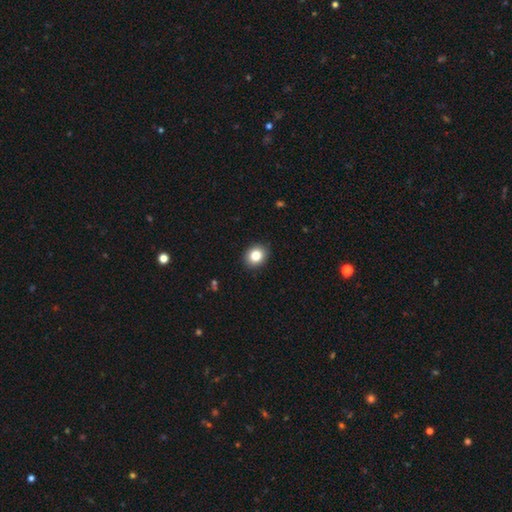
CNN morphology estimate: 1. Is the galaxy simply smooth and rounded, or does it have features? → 83% smooth, 9% star or artifact, 7% featured or disk.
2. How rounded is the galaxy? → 59% round, 40% in between, 1% cigar-shaped.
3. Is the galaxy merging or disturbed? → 89% none, 8% minor disturbance, 2% major disturbance, 1% merger.